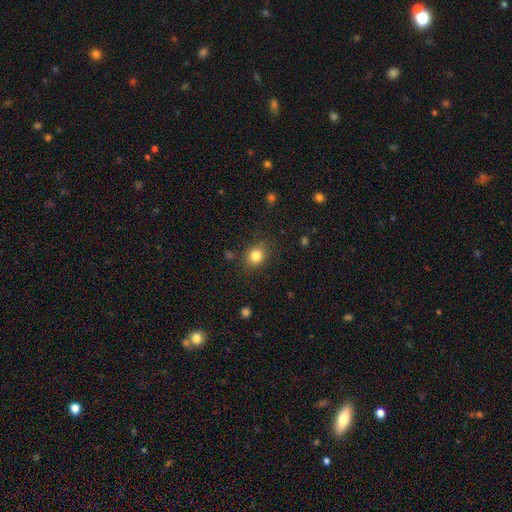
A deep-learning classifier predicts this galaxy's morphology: The model was most divided on "how rounded": round: 67%, in between: 32%, cigar-shaped: 1%. More confident: merging — none (84%); smooth or featured — smooth (82%).